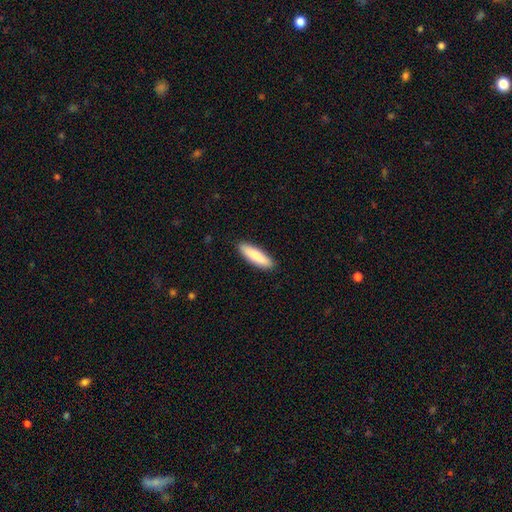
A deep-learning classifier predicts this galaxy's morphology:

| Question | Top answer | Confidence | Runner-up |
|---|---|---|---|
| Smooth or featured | smooth | 83% | featured or disk (12%) |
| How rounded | cigar-shaped | 62% | in between (36%) |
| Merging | none | 90% | minor disturbance (8%) |